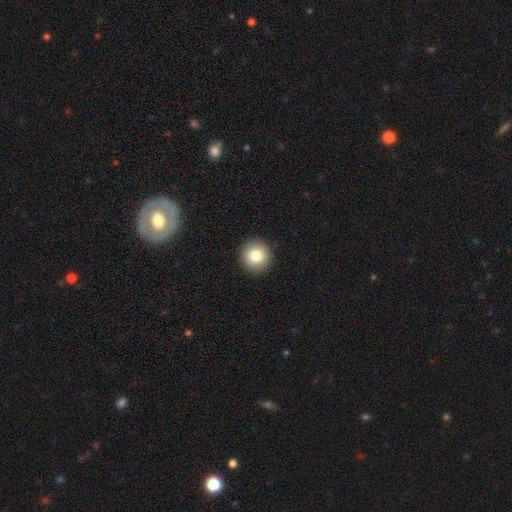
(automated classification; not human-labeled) This is clearly a smooth galaxy (82%). How rounded: clearly round (95%). Merging: clearly none (93%).